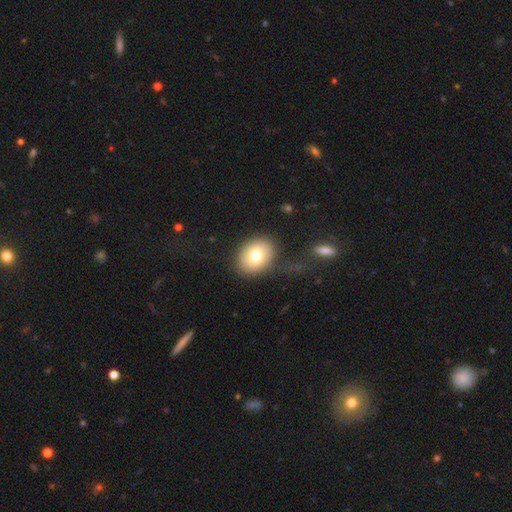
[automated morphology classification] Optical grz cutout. It shows a smooth galaxy with no disk features (74%) that is in between round and cigar-shaped (60%). Merging: none (77%).